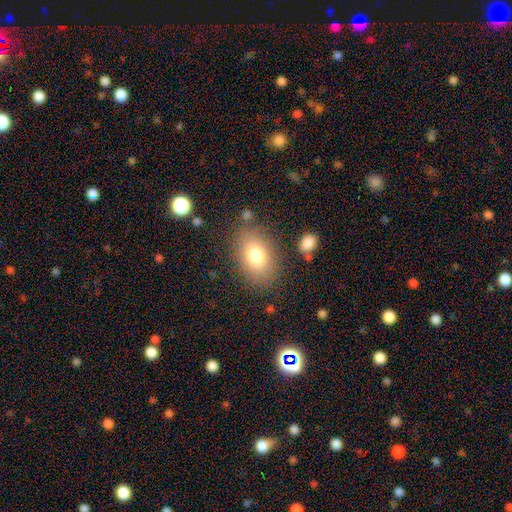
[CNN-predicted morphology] smooth_or_featured: smooth (p=0.77) [alt: featured or disk p=0.13]
how_rounded: in between (p=0.82) [alt: round p=0.17]
merging: none (p=0.80) [alt: minor disturbance p=0.12]